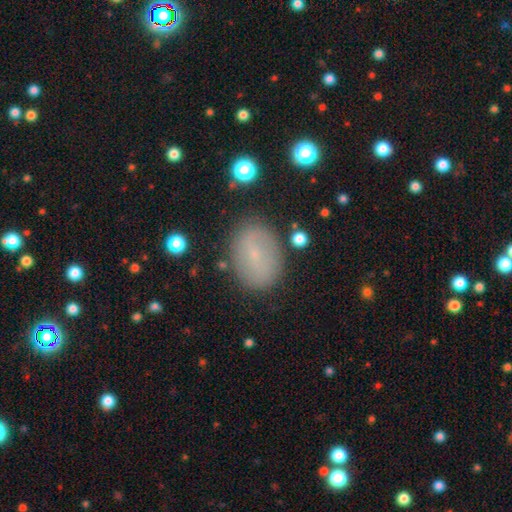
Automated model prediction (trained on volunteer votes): Smooth or featured? Predicted: smooth (p=0.59). How rounded? Predicted: in between (p=0.80). Merging? Predicted: none (p=0.83).